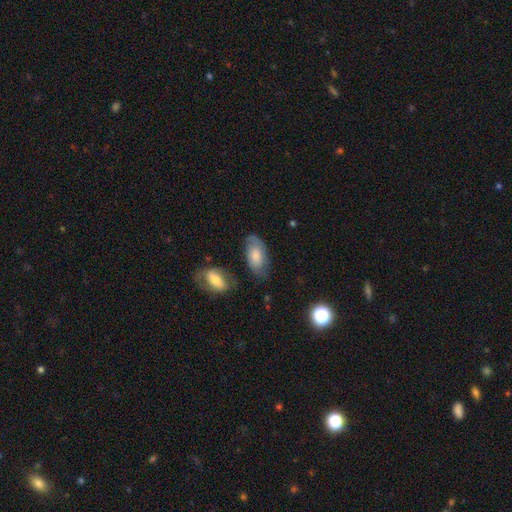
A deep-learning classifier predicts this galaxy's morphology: smooth_or_featured: smooth (p=0.70) [alt: featured or disk p=0.23]
how_rounded: in between (p=0.93) [alt: cigar-shaped p=0.04]
merging: none (p=0.63) [alt: minor disturbance p=0.24]